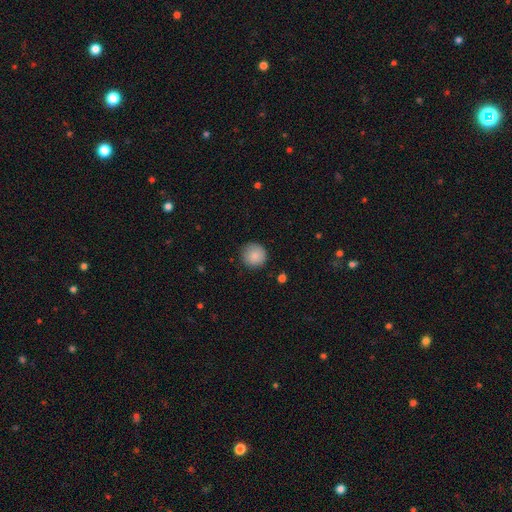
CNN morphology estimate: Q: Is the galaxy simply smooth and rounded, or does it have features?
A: smooth — 88%.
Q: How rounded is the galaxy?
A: round — 95%.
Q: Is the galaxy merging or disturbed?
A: none — 87%.